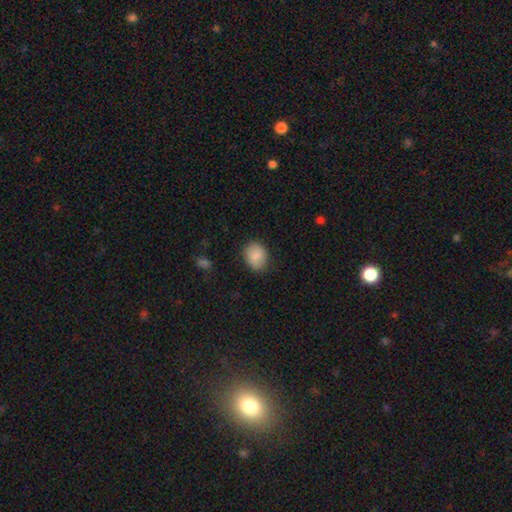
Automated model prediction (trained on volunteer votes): smooth-or-featured: smooth: 85% | featured or disk: 8% | star or artifact: 7%
  how-rounded: in between: 52% | round: 47% | cigar-shaped: 1%
  merging: none: 80% | minor disturbance: 15% | major disturbance: 3% | merger: 1%